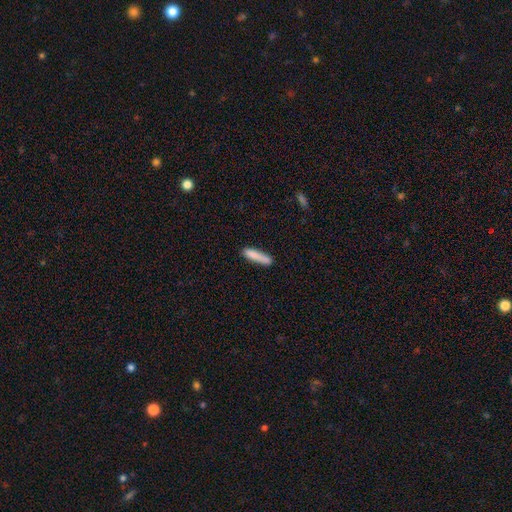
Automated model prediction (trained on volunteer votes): A smooth galaxy with no disk features (85%) that is cigar-shaped (85%). Merging: none (80%).